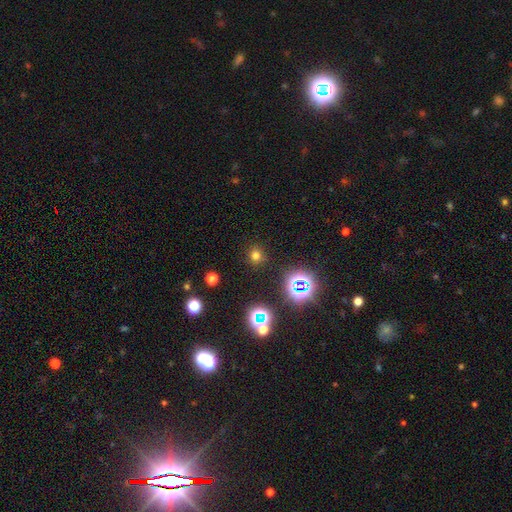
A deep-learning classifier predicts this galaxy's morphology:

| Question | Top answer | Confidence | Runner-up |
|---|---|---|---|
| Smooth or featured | smooth | 68% | star or artifact (26%) |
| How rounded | round | 84% | in between (15%) |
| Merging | none | 88% | minor disturbance (7%) |